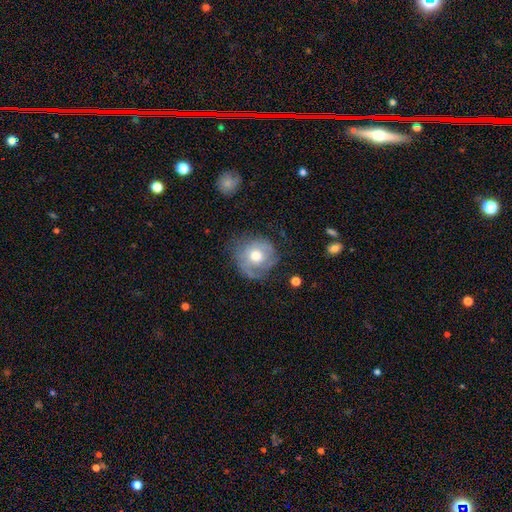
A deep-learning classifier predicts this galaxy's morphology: This appears to be a featured or disk galaxy (48%). Merging: none (63%).